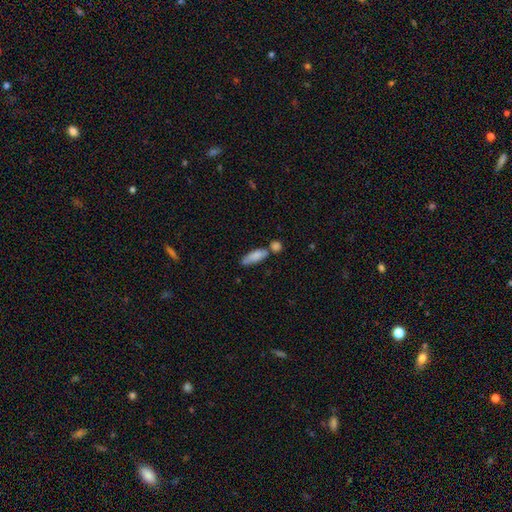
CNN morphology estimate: smooth-or-featured: smooth: 80% | featured or disk: 13% | star or artifact: 7%
  how-rounded: in between: 54% | cigar-shaped: 43% | round: 3%
  merging: none: 46% | merger: 30% | minor disturbance: 18% | major disturbance: 6%